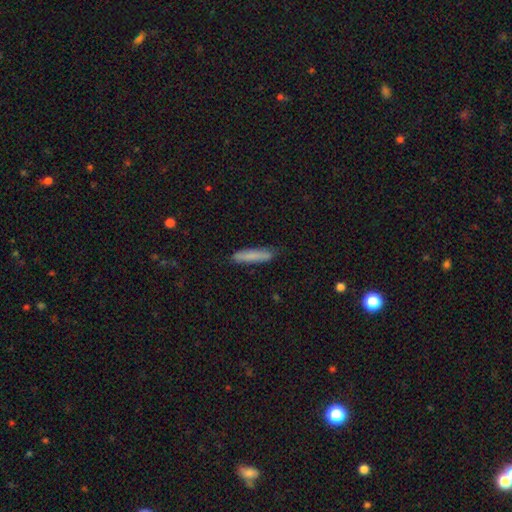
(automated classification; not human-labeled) A smooth galaxy with no disk features (82%) that is cigar-shaped (87%). Merging: none (83%).